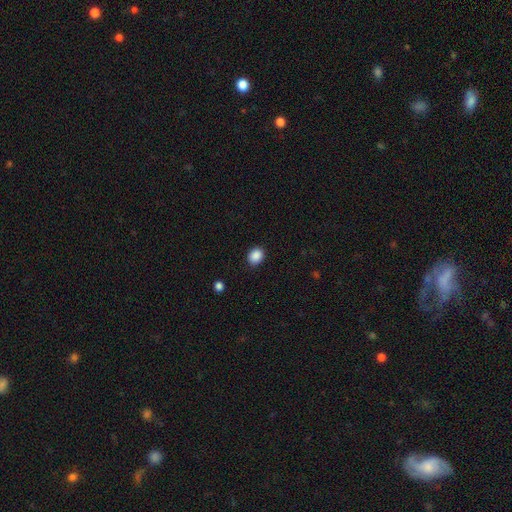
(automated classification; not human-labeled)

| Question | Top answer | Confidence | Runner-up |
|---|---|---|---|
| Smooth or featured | smooth | 88% | star or artifact (9%) |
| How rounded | round | 61% | in between (38%) |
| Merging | none | 88% | minor disturbance (8%) |